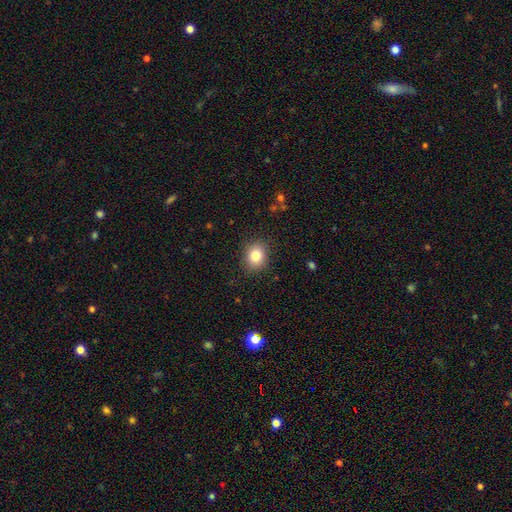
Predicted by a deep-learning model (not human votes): Smooth or featured: smooth — 83% (star or artifact — 10%)
How rounded: round — 58% (in between — 41%)
Merging: none — 87% (minor disturbance — 9%)